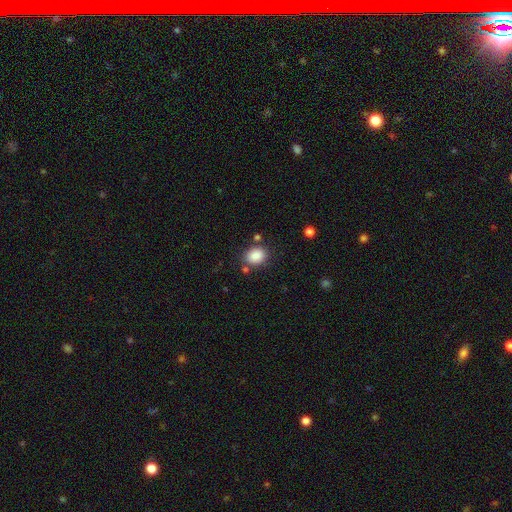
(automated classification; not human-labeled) Smooth or featured? Predicted: smooth (p=0.86). How rounded? Predicted: in between (p=0.53). Merging? Predicted: none (p=0.78).